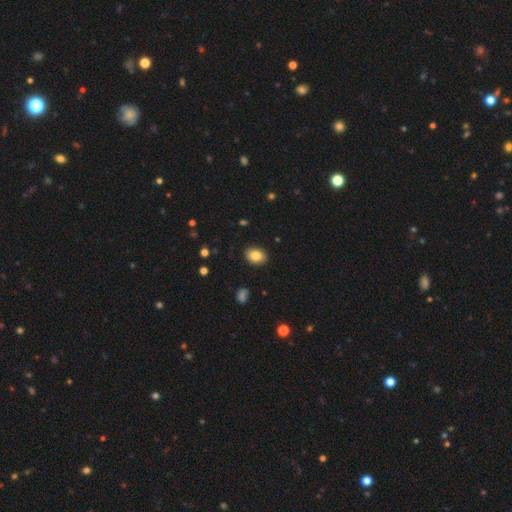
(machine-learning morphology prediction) smooth_or_featured: smooth (p=0.85) [alt: star or artifact p=0.09]
how_rounded: in between (p=0.71) [alt: round p=0.28]
merging: none (p=0.88) [alt: minor disturbance p=0.09]